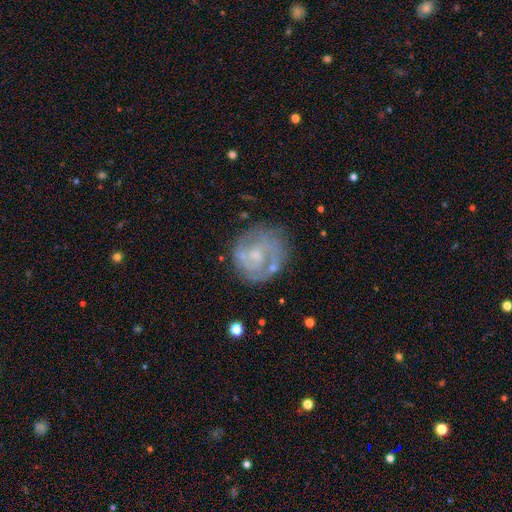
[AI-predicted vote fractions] A featured or disk galaxy (71%) with no bar (59%), 2 (39%) tight (52%) spiral arms (74%) and a small central bulge (51%). Merging: none (67%).